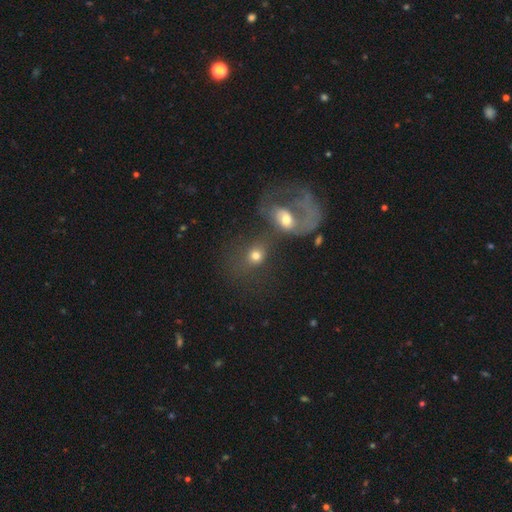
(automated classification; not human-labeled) smooth-or-featured: smooth: 63% | featured or disk: 24% | star or artifact: 13%
  how-rounded: round: 60% | in between: 38% | cigar-shaped: 2%
  merging: merger: 47% | none: 28% | major disturbance: 15% | minor disturbance: 10%